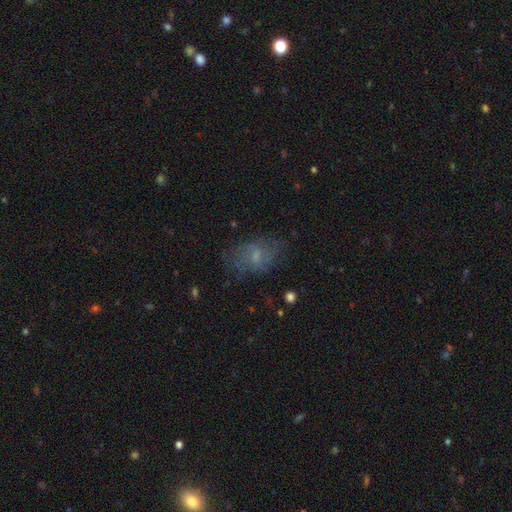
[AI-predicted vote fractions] Overall: smooth (48%; featured or disk 39%). Merging: none (62%).